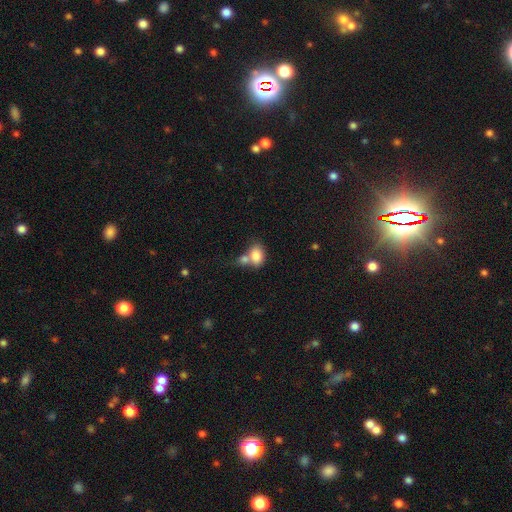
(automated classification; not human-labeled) Q: Smooth or featured?
A: smooth (81%); runner-up: featured or disk (11%)
Q: How rounded?
A: in between (76%); runner-up: round (23%)
Q: Merging?
A: merger (50%); runner-up: none (34%)